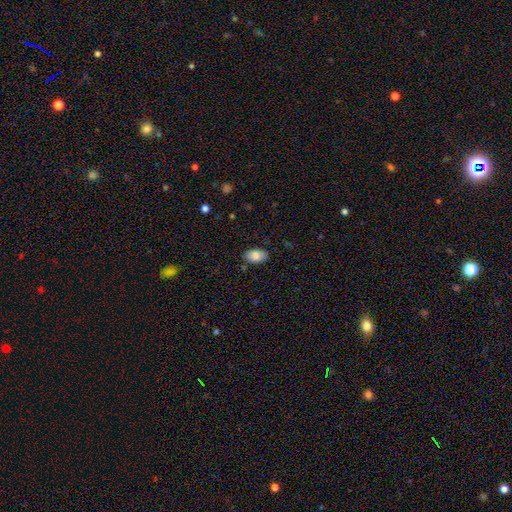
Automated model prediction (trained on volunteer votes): smooth-or-featured: smooth: 84% | featured or disk: 9% | star or artifact: 7%
  how-rounded: in between: 92% | round: 6% | cigar-shaped: 1%
  merging: none: 85% | minor disturbance: 11% | major disturbance: 2% | merger: 2%